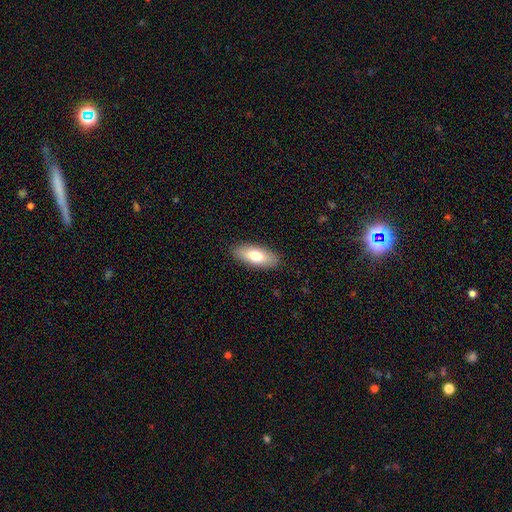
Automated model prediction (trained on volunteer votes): This appears to be a smooth galaxy with no disk features (74%) that is in between round and cigar-shaped (81%). Merging: none (89%).